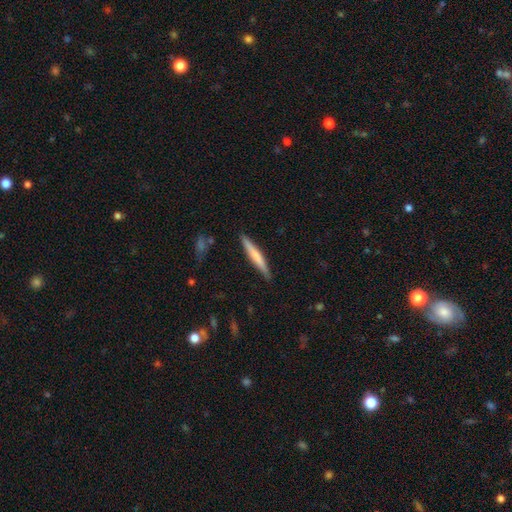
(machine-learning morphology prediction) This appears to be a smooth galaxy with no disk features (61%) that is cigar-shaped (95%). Merging: none (87%).